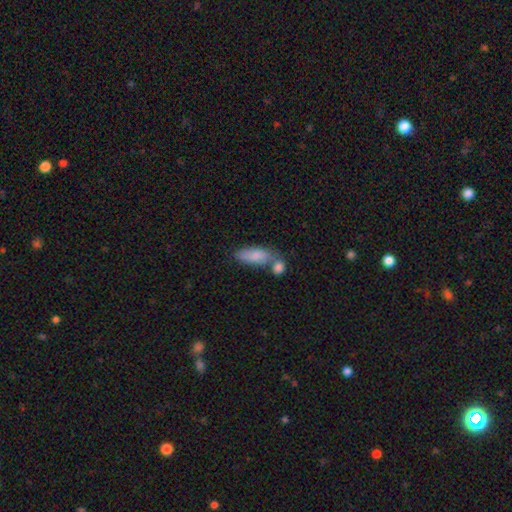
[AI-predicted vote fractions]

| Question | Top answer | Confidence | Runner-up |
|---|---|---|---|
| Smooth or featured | smooth | 80% | featured or disk (13%) |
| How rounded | in between | 73% | cigar-shaped (23%) |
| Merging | none | 44% | merger (35%) |